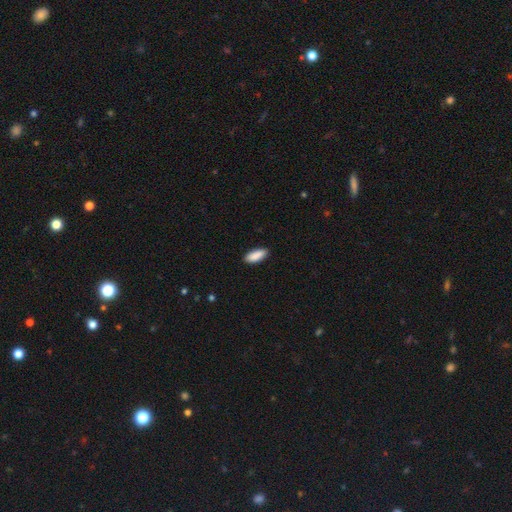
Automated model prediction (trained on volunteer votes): smooth-or-featured: smooth: 91% | star or artifact: 6% | featured or disk: 4%
  how-rounded: in between: 79% | cigar-shaped: 19% | round: 2%
  merging: none: 89% | minor disturbance: 8% | major disturbance: 2% | merger: 1%